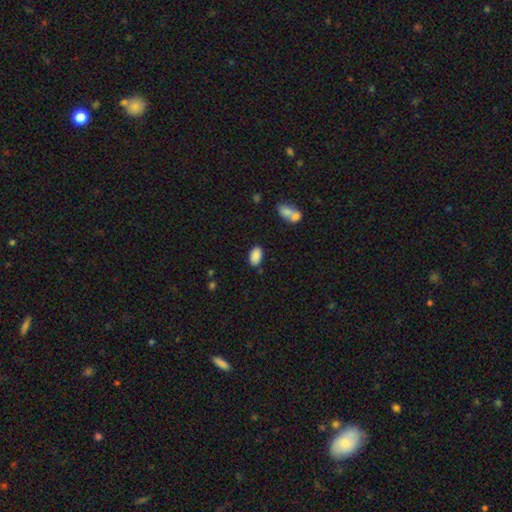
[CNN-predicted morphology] Smooth or featured: smooth — 89% (star or artifact — 8%)
How rounded: in between — 93% (round — 6%)
Merging: none — 82% (minor disturbance — 12%)